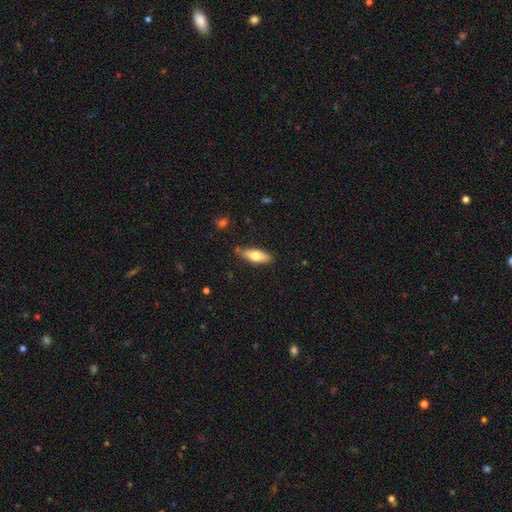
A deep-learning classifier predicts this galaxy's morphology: type=smooth (65%); roundness=in between (60%); merging=none (82%).